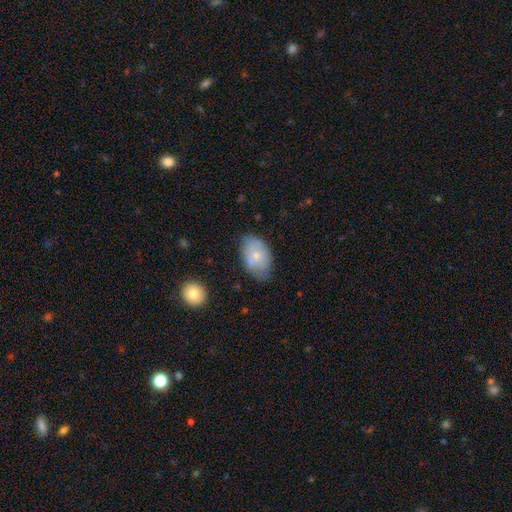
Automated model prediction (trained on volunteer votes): Smooth or featured?
  - smooth: 67% *
  - featured or disk: 26%
  - star or artifact: 7%
How rounded?
  - in between: 88% *
  - round: 10%
  - cigar-shaped: 1%
Merging?
  - none: 64% *
  - minor disturbance: 25%
  - merger: 6%
  - major disturbance: 5%